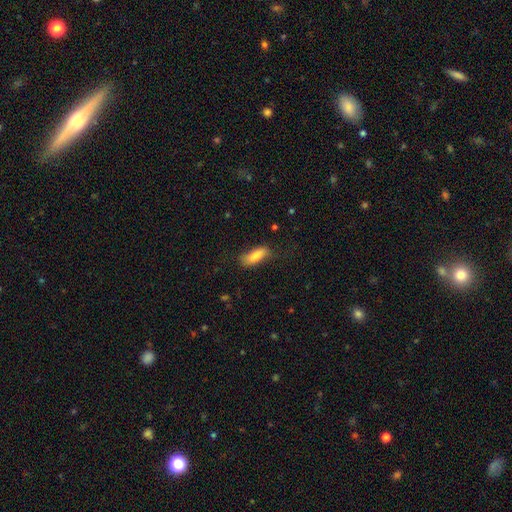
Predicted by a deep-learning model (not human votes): smooth 78%, featured or disk 15%, star or artifact 7%. Down the decision tree: how rounded — in between (70%); merging — none (67%).